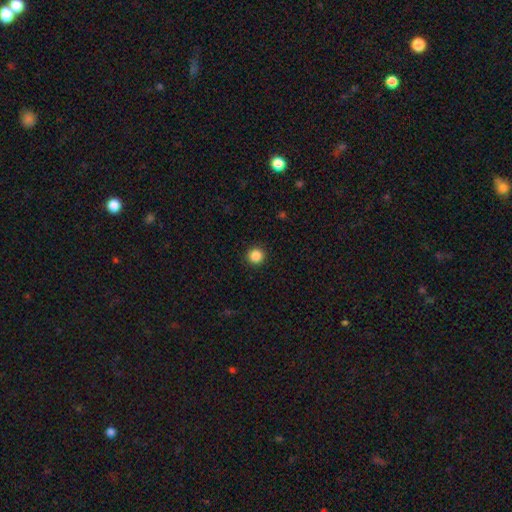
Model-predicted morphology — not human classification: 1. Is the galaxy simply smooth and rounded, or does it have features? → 87% smooth, 10% star or artifact, 3% featured or disk.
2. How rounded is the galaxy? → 95% round, 4% in between, 1% cigar-shaped.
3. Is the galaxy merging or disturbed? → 92% none, 5% minor disturbance, 2% major disturbance, 1% merger.